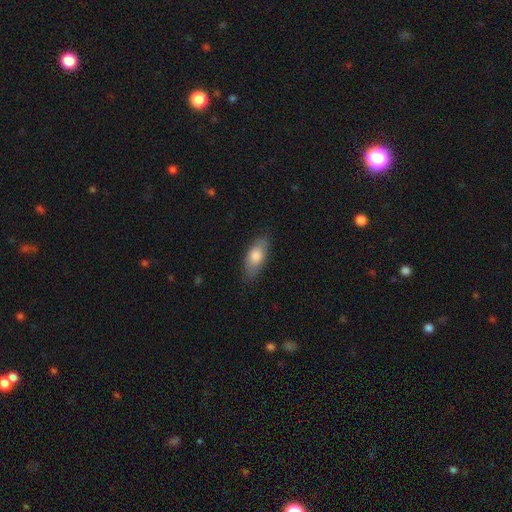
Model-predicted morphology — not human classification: Smooth or featured: smooth — 77% (featured or disk — 17%)
How rounded: in between — 83% (cigar-shaped — 14%)
Merging: none — 79% (minor disturbance — 16%)